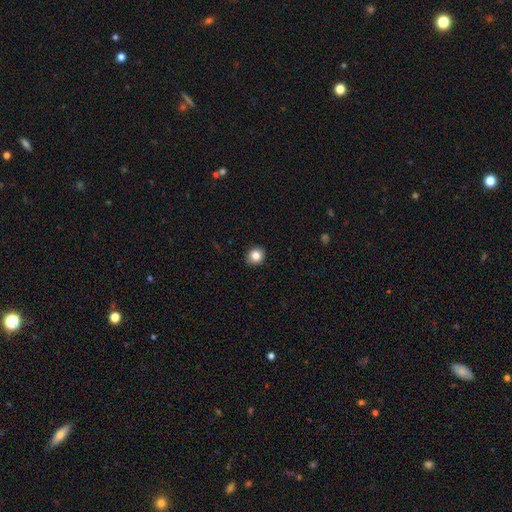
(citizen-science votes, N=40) Smooth or featured? 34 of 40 (85%) said smooth. How rounded? 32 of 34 (94%) said round. Merging? 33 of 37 (89%) said none.